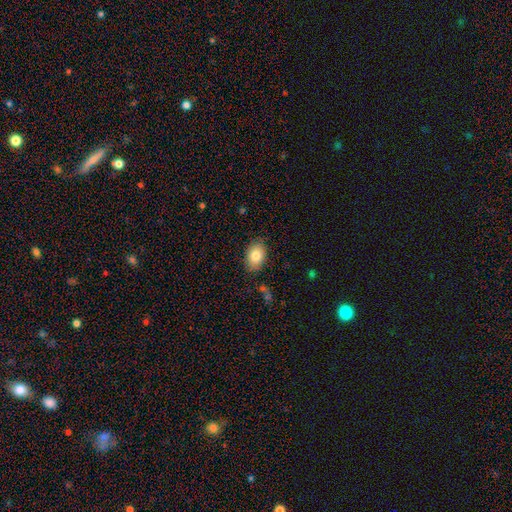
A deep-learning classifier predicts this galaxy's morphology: Smooth or featured? Predicted: smooth (p=0.81). How rounded? Predicted: in between (p=0.86). Merging? Predicted: none (p=0.86).